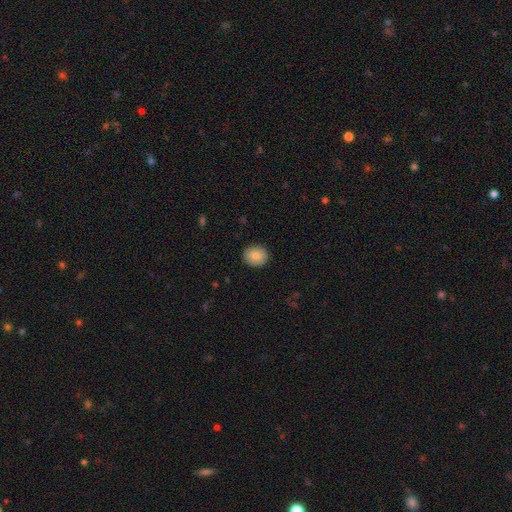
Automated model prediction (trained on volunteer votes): A smooth galaxy with no disk features (87%) that is round (67%). Merging: none (89%).